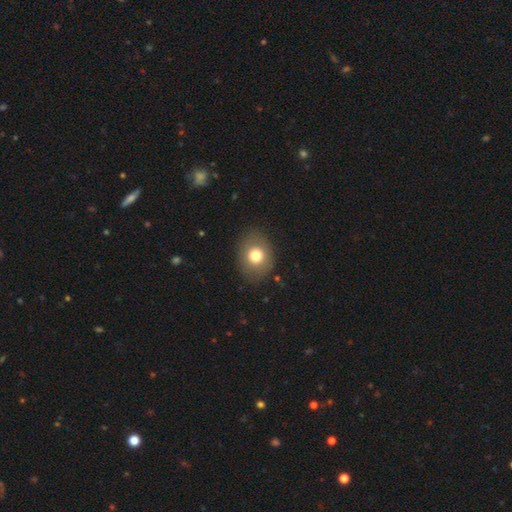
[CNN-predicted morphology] smooth 75%, featured or disk 15%, star or artifact 10%. Down the decision tree: how rounded — round (54%); merging — none (84%).